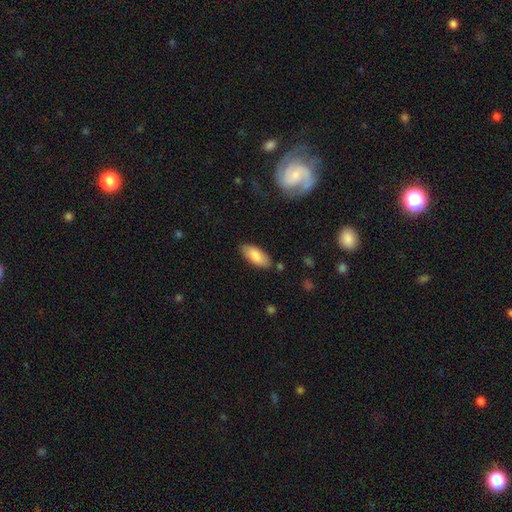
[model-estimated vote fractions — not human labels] Morphology: type=smooth (84%); roundness=in between (85%); merging=none (84%).